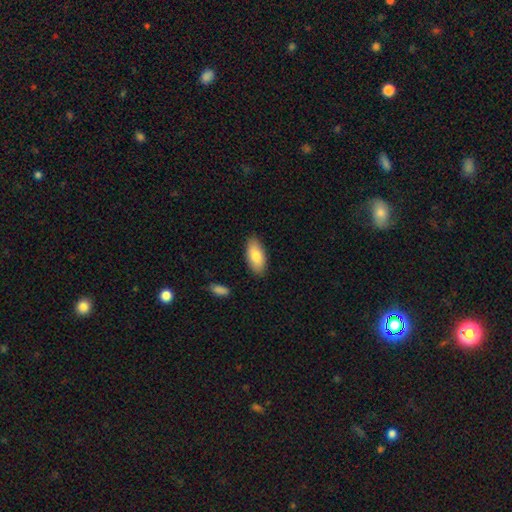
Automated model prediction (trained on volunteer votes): Morphology: type=smooth (83%); roundness=in between (92%); merging=none (86%).